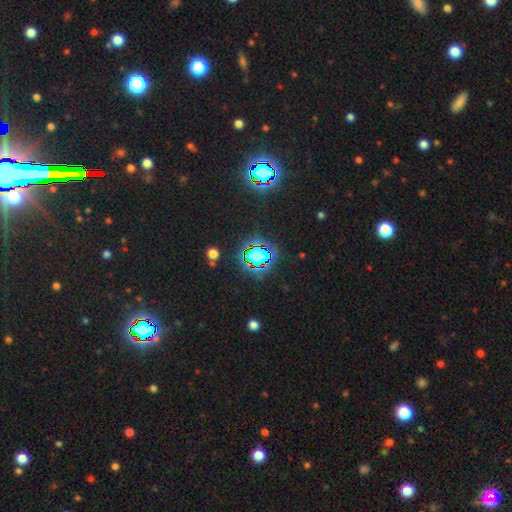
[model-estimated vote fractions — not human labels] Smooth or featured?
  - star or artifact: 68% *
  - smooth: 21%
  - featured or disk: 11%